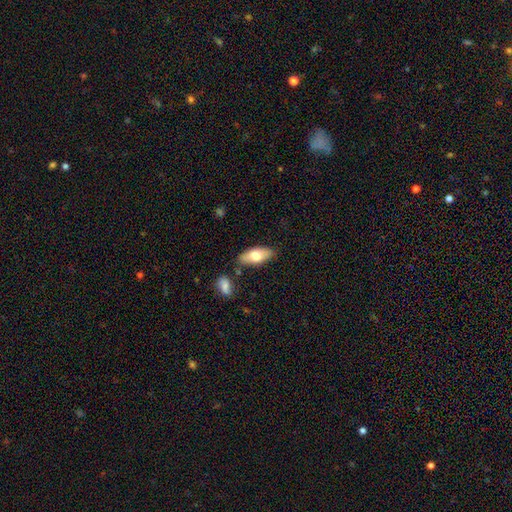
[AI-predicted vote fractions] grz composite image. It shows a smooth galaxy with no disk features (68%) that is in between round and cigar-shaped (83%). Merging: none (82%).